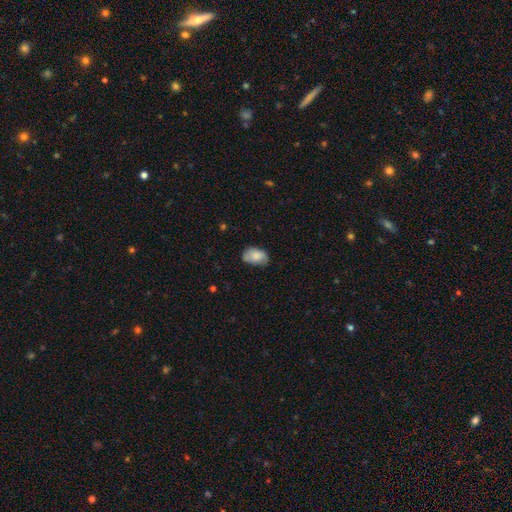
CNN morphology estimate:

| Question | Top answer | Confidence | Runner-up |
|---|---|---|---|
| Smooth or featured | smooth | 76% | featured or disk (17%) |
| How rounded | in between | 89% | round (10%) |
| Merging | none | 63% | minor disturbance (29%) |